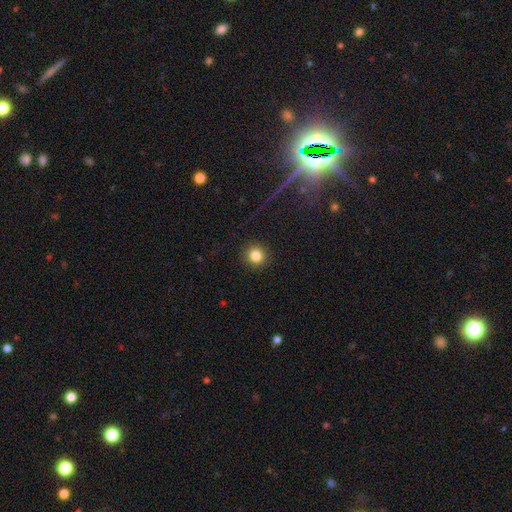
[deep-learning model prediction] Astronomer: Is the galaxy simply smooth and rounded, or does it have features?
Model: smooth — 83%.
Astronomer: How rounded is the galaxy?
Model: round — 94%.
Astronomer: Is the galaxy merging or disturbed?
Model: none — 91%.